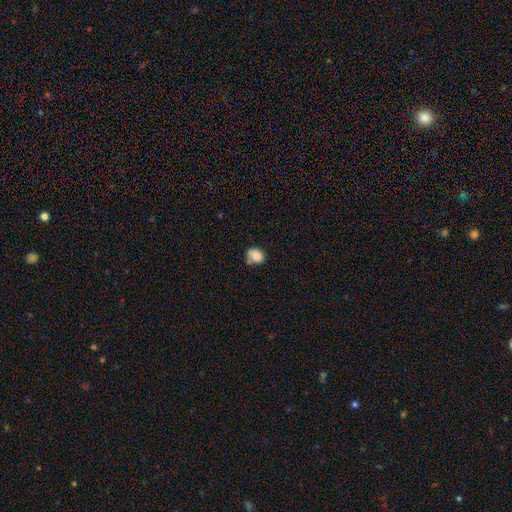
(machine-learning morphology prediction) Smooth or featured? Predicted: smooth (p=0.84). How rounded? Predicted: in between (p=0.57). Merging? Predicted: none (p=0.56).